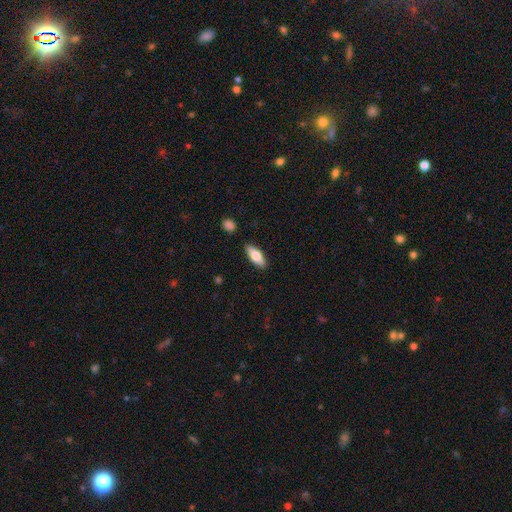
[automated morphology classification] Smooth or featured: smooth — 73% (featured or disk — 21%)
How rounded: in between — 74% (cigar-shaped — 24%)
Merging: none — 88% (minor disturbance — 9%)